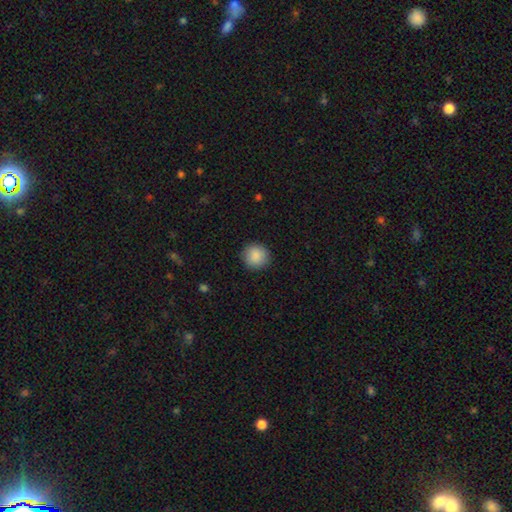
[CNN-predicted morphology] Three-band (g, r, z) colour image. It shows a smooth galaxy with no disk features (89%) that is round (93%). Merging: none (91%).